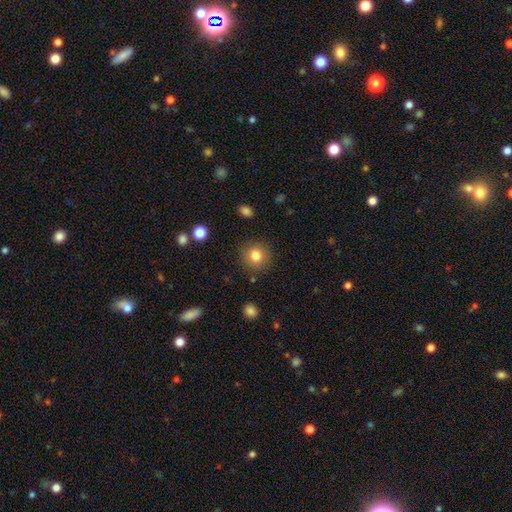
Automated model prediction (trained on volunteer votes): Smooth or featured? smooth (81%)
How rounded? round (92%)
Merging? none (87%)